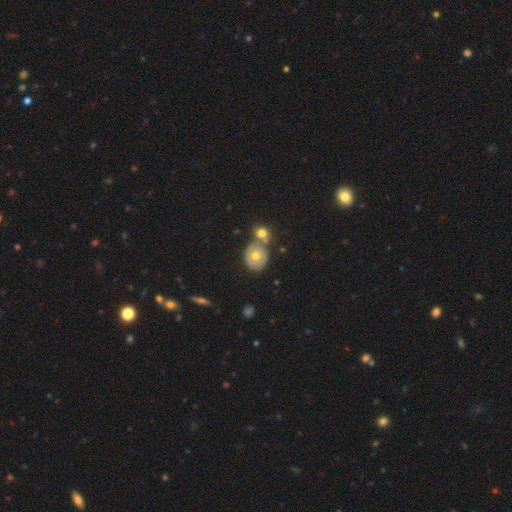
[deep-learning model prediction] smooth-or-featured: smooth: 49% | featured or disk: 40% | star or artifact: 11%
  merging: none: 60% | merger: 25% | minor disturbance: 11% | major disturbance: 4%